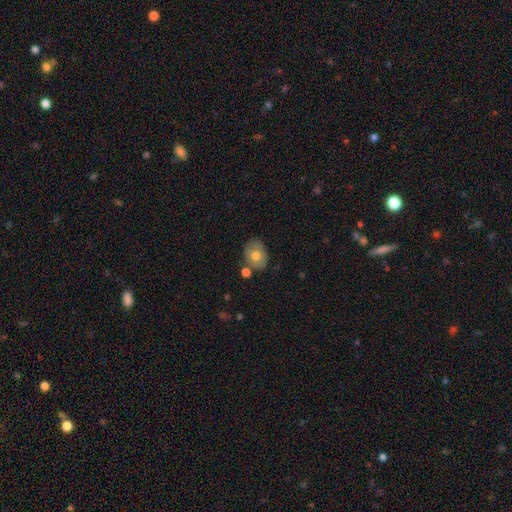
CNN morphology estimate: smooth-or-featured: smooth: 69% | featured or disk: 23% | star or artifact: 8%
  how-rounded: in between: 62% | round: 37% | cigar-shaped: 1%
  merging: none: 69% | minor disturbance: 16% | merger: 12% | major disturbance: 4%